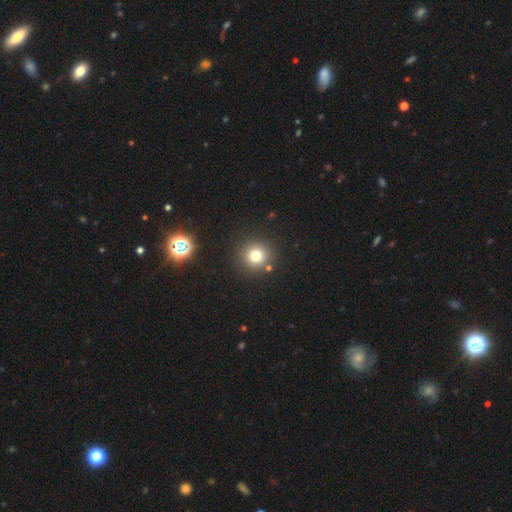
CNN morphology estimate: Smooth or featured? smooth (76%)
How rounded? round (94%)
Merging? none (87%)